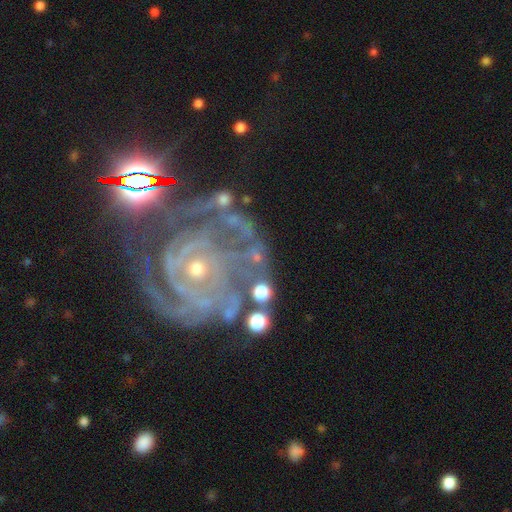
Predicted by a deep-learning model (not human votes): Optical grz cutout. It shows a featured or disk galaxy (78%) with no bar (76%), 3 (23%, tied with can't tell) tight (72%) spiral arms (93%) and a small central bulge (57%). Merging: none (51%).